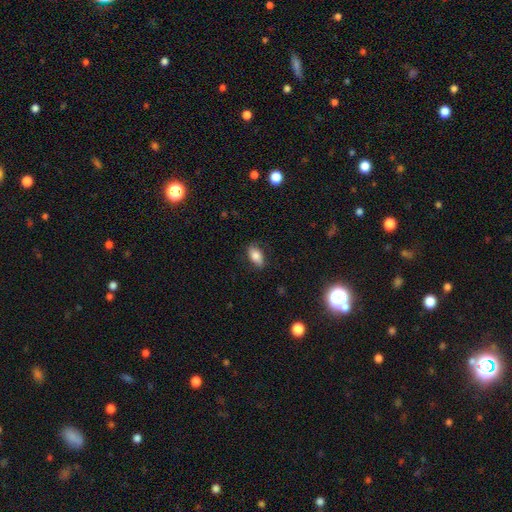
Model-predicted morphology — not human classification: Overall: smooth (79%). How rounded: in between (90%). Merging: none (78%).